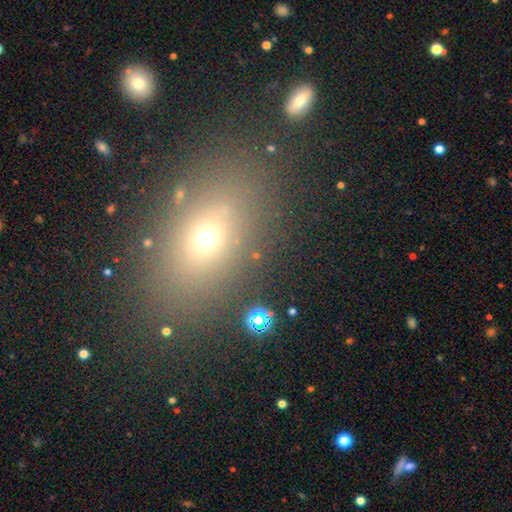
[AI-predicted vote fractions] Q: Smooth or featured?
A: smooth (60%); runner-up: star or artifact (26%)
Q: How rounded?
A: in between (67%); runner-up: round (29%)
Q: Merging?
A: none (80%); runner-up: minor disturbance (10%)